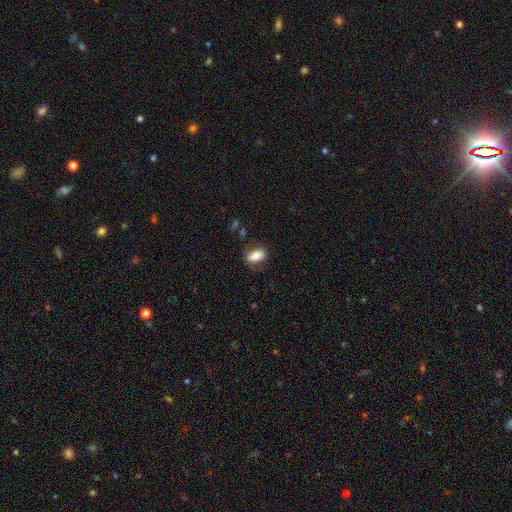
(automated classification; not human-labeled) A smooth galaxy with no disk features (80%) that is in between round and cigar-shaped (89%). Merging: none (77%).